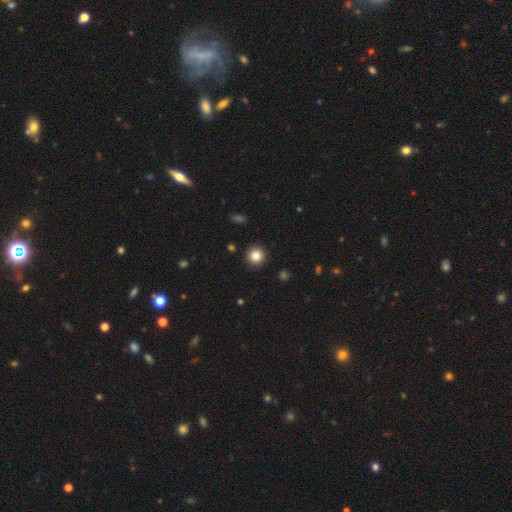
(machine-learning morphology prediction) Smooth or featured? smooth (84%)
How rounded? round (95%)
Merging? none (93%)